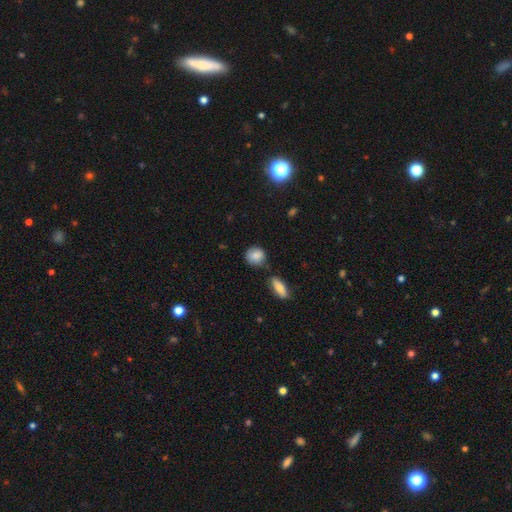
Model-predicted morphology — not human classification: smooth-or-featured: smooth: 85% | star or artifact: 8% | featured or disk: 6%
  how-rounded: round: 77% | in between: 21% | cigar-shaped: 2%
  merging: none: 68% | minor disturbance: 20% | merger: 7% | major disturbance: 4%